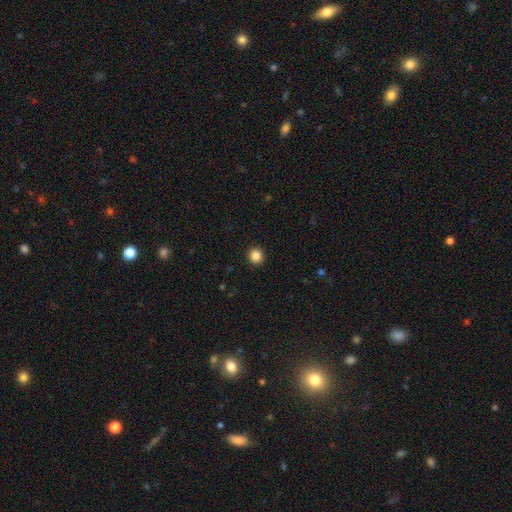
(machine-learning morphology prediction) Overall: smooth (86%). How rounded: round (93%). Merging: none (93%).